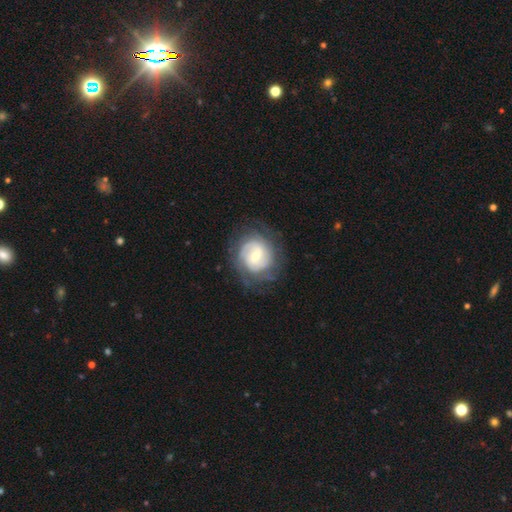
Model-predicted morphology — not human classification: This appears to be a featured or disk galaxy (76%) with a weak bar (53%), tight (63%) spiral arms (89%) and a moderate central bulge (49%). Merging: none (74%).